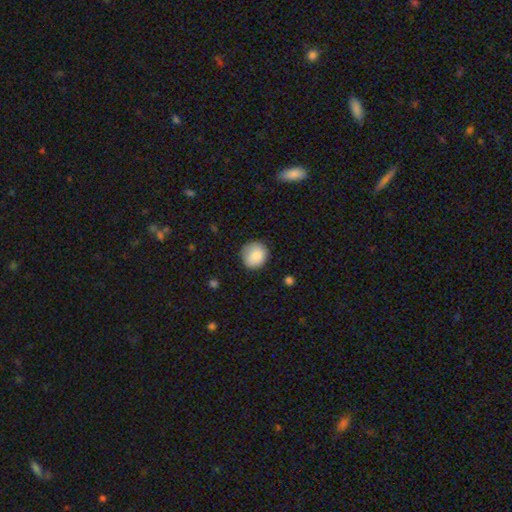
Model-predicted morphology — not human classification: The model was most divided on "merging": none: 80%, minor disturbance: 16%, major disturbance: 3%, merger: 1%. More confident: how rounded — round (88%); smooth or featured — smooth (85%).